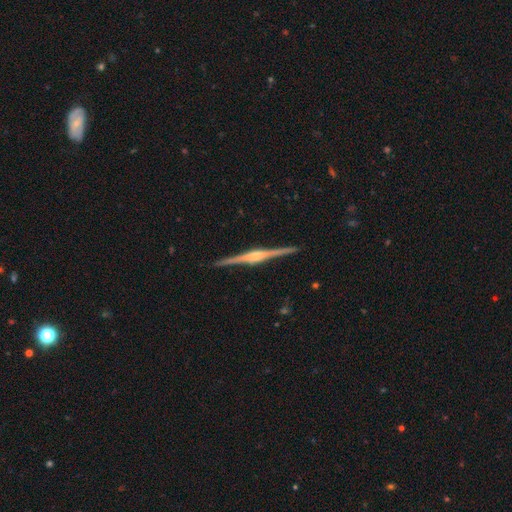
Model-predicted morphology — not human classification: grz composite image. It shows a featured or disk galaxy (88%) viewed edge-on (99%) with a rounded central bulge (73%). Merging: none (92%).